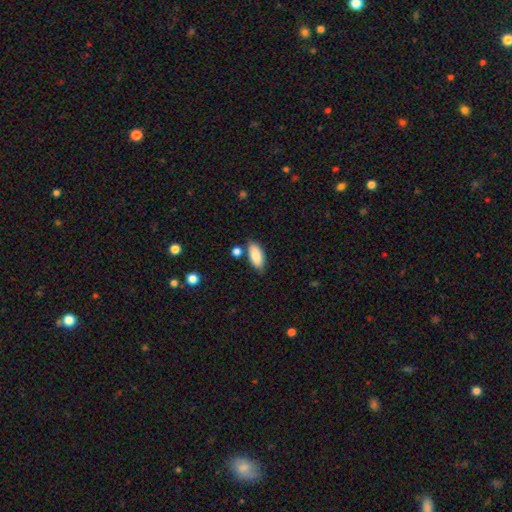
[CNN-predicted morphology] Smooth or featured? Predicted: smooth (p=0.86). How rounded? Predicted: in between (p=0.87). Merging? Predicted: none (p=0.77).